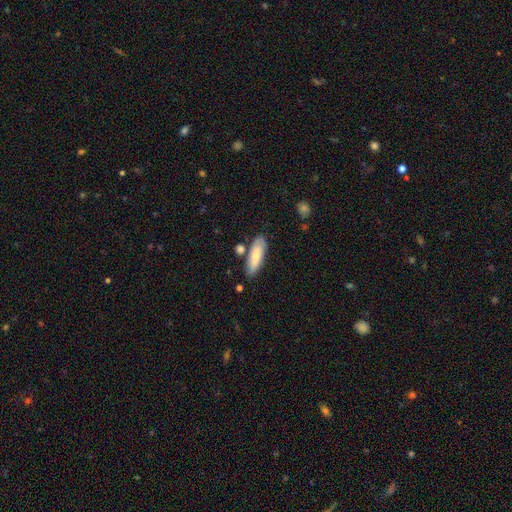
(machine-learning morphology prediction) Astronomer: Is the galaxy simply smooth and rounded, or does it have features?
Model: smooth — 75%.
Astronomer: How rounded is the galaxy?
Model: in between — 57% (runner-up: cigar-shaped, 41%).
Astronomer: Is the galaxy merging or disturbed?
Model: none — 73%.